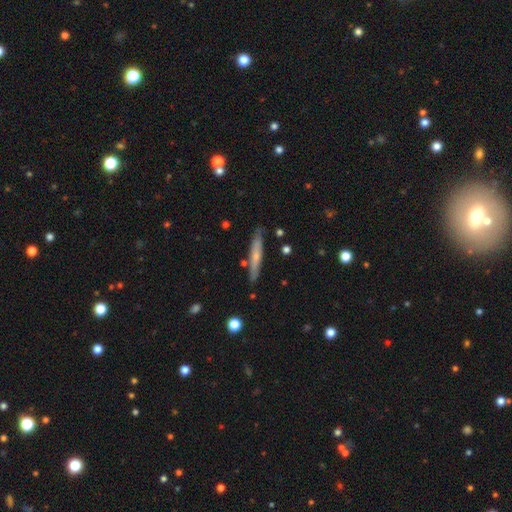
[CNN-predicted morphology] Overall: smooth (50%; featured or disk 44%). How rounded: cigar-shaped (93%). Merging: none (84%).